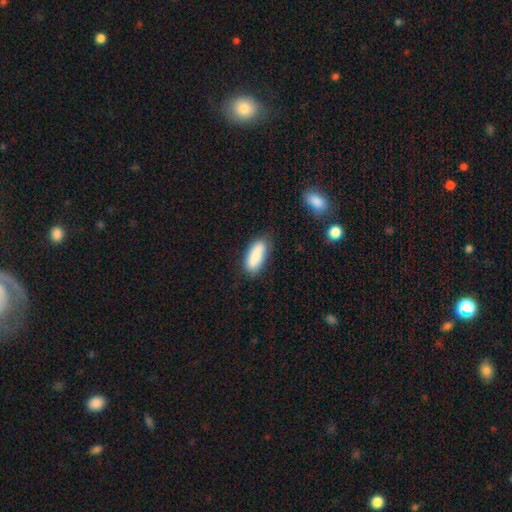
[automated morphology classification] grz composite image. It shows a smooth galaxy with no disk features (87%) that is in between round and cigar-shaped (78%). Merging: none (76%).